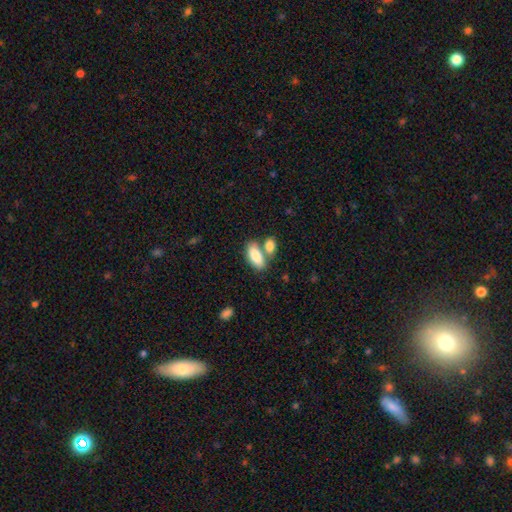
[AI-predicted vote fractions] Morphology: type=smooth (83%); roundness=in between (86%); merging=none (46%).